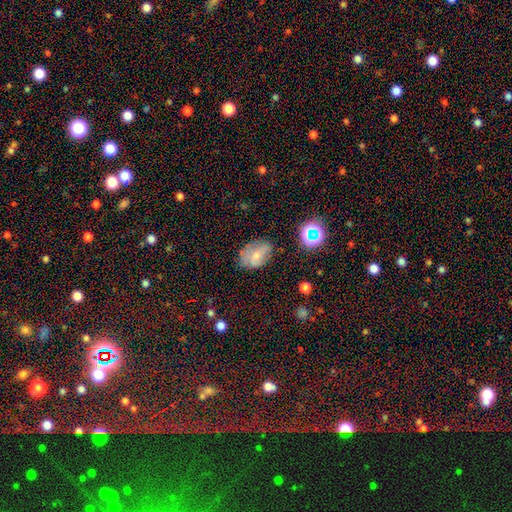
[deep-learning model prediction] Smooth or featured?
  - smooth: 58% *
  - featured or disk: 27%
  - star or artifact: 15%
How rounded?
  - in between: 79% *
  - round: 19%
  - cigar-shaped: 1%
Merging?
  - none: 54% *
  - minor disturbance: 31%
  - major disturbance: 12%
  - merger: 3%